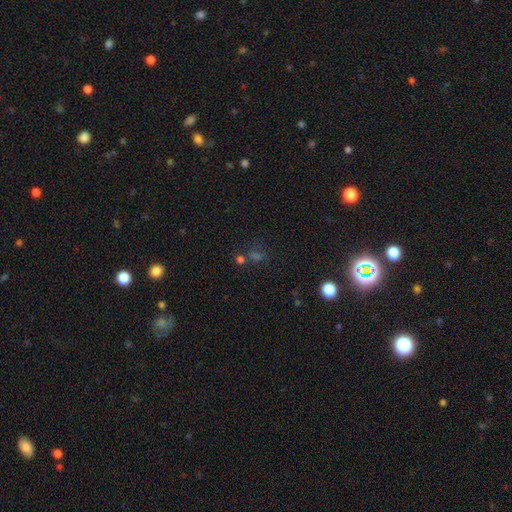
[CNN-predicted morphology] type=star or artifact (55%).